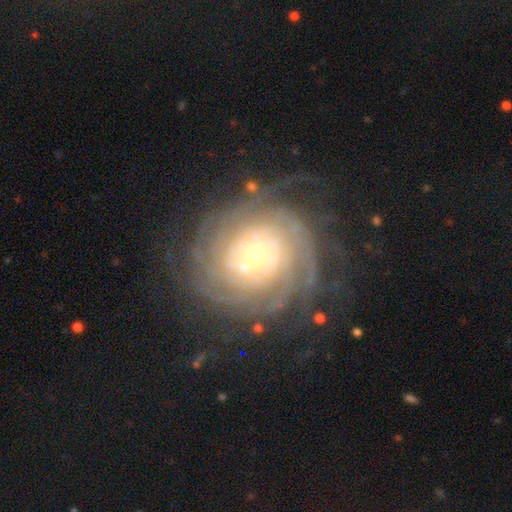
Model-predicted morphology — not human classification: smooth_or_featured: featured or disk (p=0.85) [alt: smooth p=0.08]
disk_edge_on: no (p=0.97) [alt: yes p=0.03]
bar: no (p=0.77) [alt: weak p=0.17]
has_spiral_arms: yes (p=0.95) [alt: no p=0.05]
spiral_winding: tight (p=0.77) [alt: medium p=0.17]
spiral_arm_count: can't tell (p=0.35) [alt: more than 4 p=0.18]
bulge_size: small (p=0.62) [alt: moderate p=0.27]
merging: none (p=0.71) [alt: minor disturbance p=0.15]